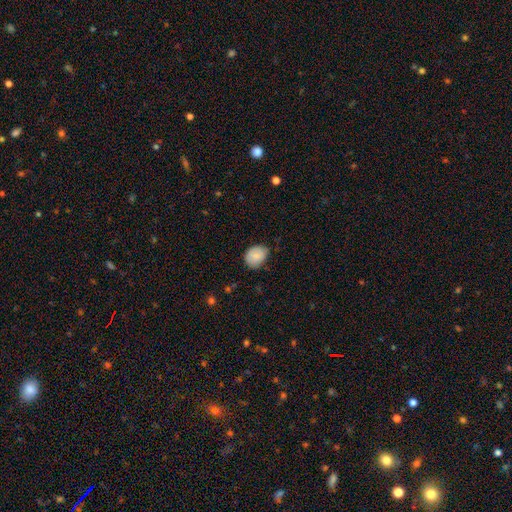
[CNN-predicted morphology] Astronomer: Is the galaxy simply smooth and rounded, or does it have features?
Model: smooth — 85%.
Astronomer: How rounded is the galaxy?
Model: in between — 54% (runner-up: round, 45%).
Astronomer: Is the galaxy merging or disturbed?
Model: none — 67%.